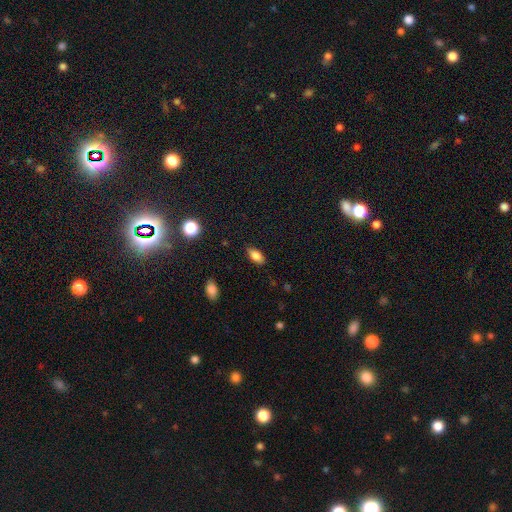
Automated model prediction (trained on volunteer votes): smooth_or_featured: smooth (p=0.84) [alt: star or artifact p=0.09]
how_rounded: in between (p=0.89) [alt: cigar-shaped p=0.07]
merging: none (p=0.85) [alt: minor disturbance p=0.11]